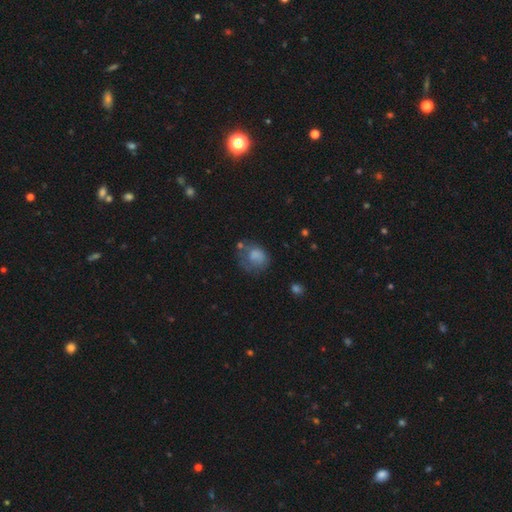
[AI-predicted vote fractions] smooth_or_featured: smooth (p=0.71) [alt: featured or disk p=0.19]
how_rounded: round (p=0.60) [alt: in between p=0.39]
merging: none (p=0.38) [alt: minor disturbance p=0.28]